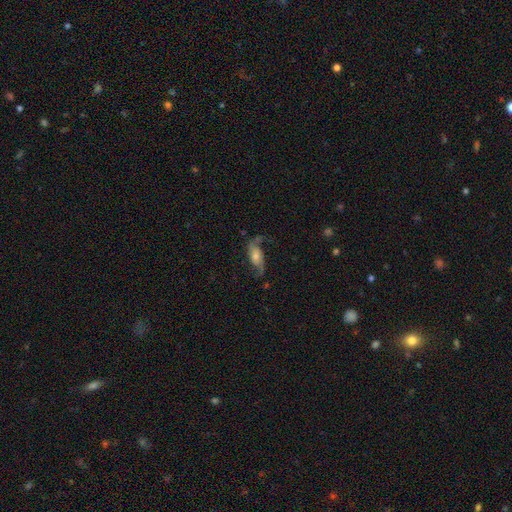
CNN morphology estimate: Q: Smooth or featured?
A: featured or disk (79%); runner-up: smooth (14%)
Q: Edge-on disk?
A: no (93%); runner-up: yes (7%)
Q: Bar?
A: no (60%); runner-up: weak (27%)
Q: Spiral arms?
A: yes (94%); runner-up: no (6%)
Q: Spiral winding?
A: loose (69%); runner-up: medium (24%)
Q: Spiral arm count?
A: 2 (91%); runner-up: can't tell (3%)
Q: Bulge size?
A: moderate (45%); runner-up: small (42%)
Q: Merging?
A: none (68%); runner-up: minor disturbance (17%)